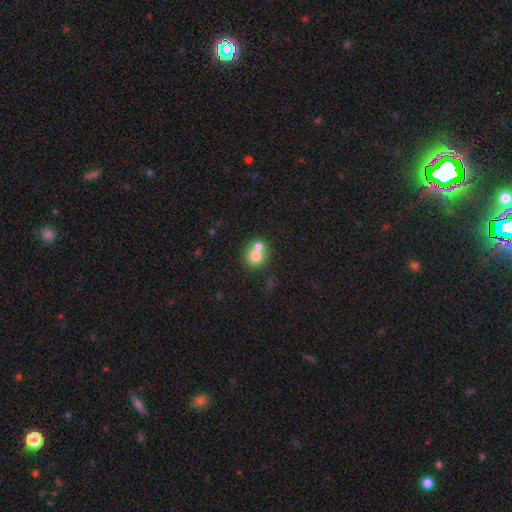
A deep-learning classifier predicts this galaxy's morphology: Smooth or featured? smooth (73%)
How rounded? round (81%)
Merging? merger (53%)